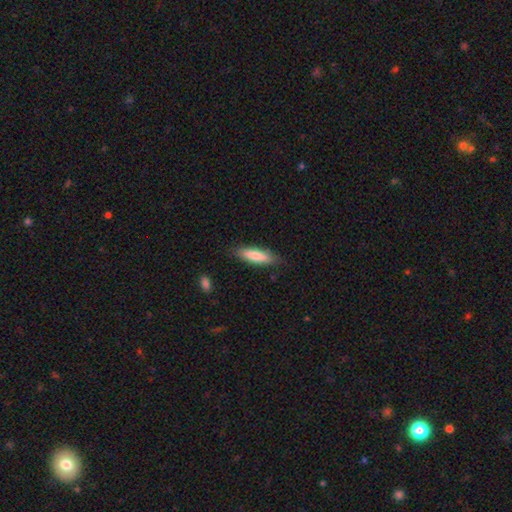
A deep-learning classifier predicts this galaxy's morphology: smooth-or-featured: smooth: 80% | featured or disk: 14% | star or artifact: 6%
  how-rounded: cigar-shaped: 65% | in between: 34% | round: 1%
  merging: none: 82% | minor disturbance: 13% | major disturbance: 3% | merger: 2%